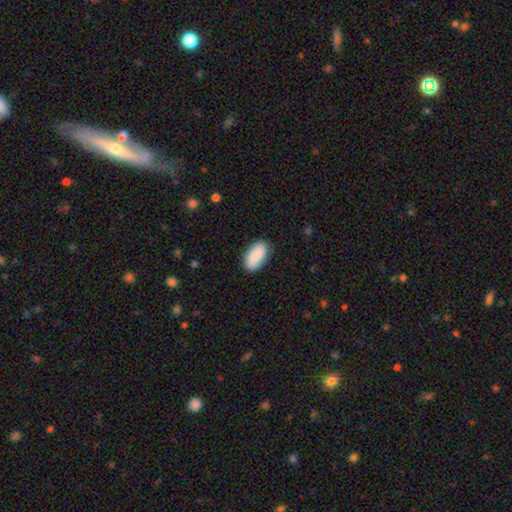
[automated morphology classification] A smooth galaxy with no disk features (82%) that is in between round and cigar-shaped (94%).

Vote fractions:
- Smooth or featured? smooth: 82% / featured or disk: 12% / star or artifact: 6%
- How rounded? in between: 94% / round: 3% / cigar-shaped: 3%
- Merging? none: 86% / minor disturbance: 11% / major disturbance: 2% / merger: 1%